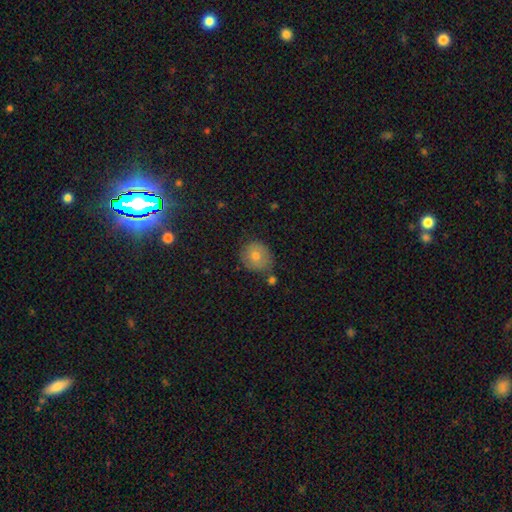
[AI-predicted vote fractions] A smooth galaxy with no disk features (65%) that is round (82%). Merging: none (76%).